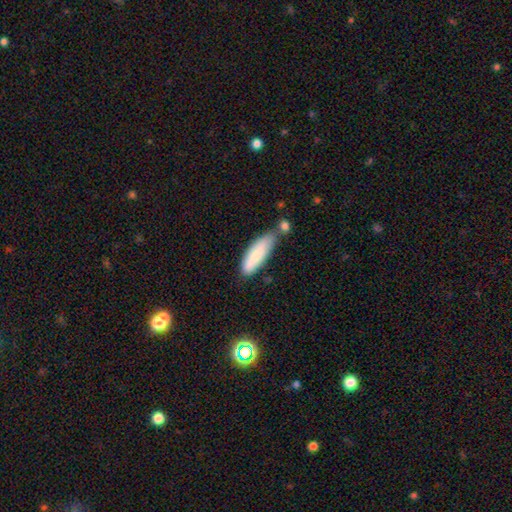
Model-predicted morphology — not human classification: smooth_or_featured: smooth (p=0.81) [alt: featured or disk p=0.13]
how_rounded: in between (p=0.51) [alt: cigar-shaped p=0.48]
merging: none (p=0.54) [alt: minor disturbance p=0.24]